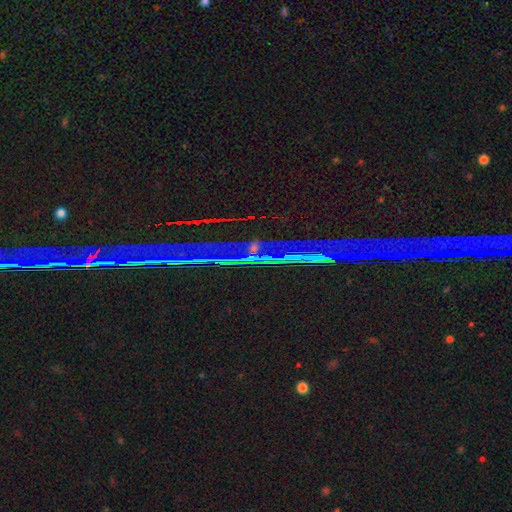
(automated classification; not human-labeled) Overall: star or artifact (88%).